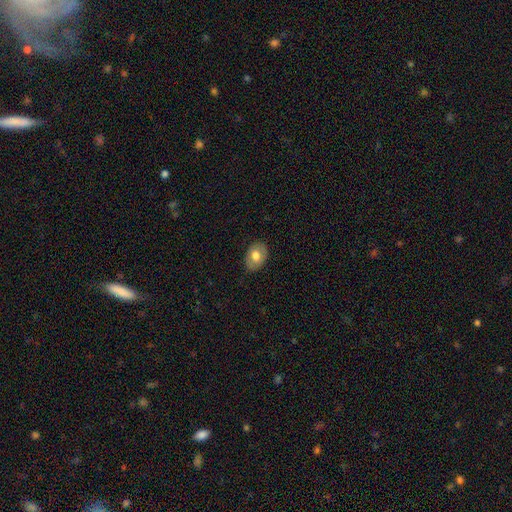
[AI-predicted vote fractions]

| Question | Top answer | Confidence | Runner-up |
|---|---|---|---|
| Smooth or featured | smooth | 67% | featured or disk (26%) |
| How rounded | in between | 78% | round (21%) |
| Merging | none | 82% | minor disturbance (14%) |